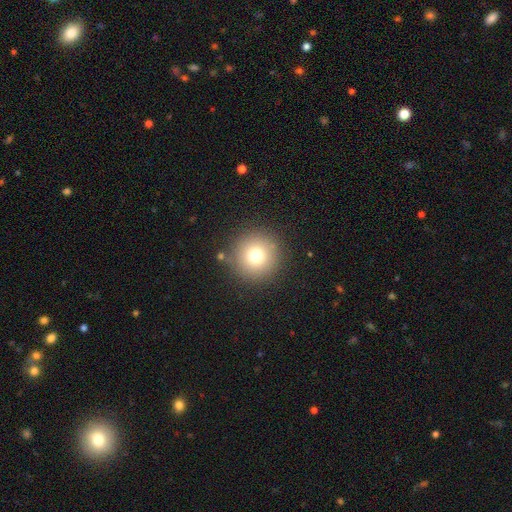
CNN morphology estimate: A smooth galaxy with no disk features (75%) that is round (96%). Merging: none (88%).